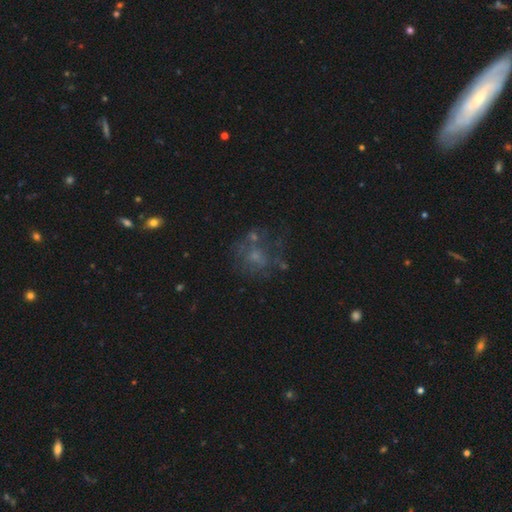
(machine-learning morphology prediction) The model was most divided on "smooth or featured": featured or disk: 45%, smooth: 34%, star or artifact: 21%. More confident: merging — none (50%).